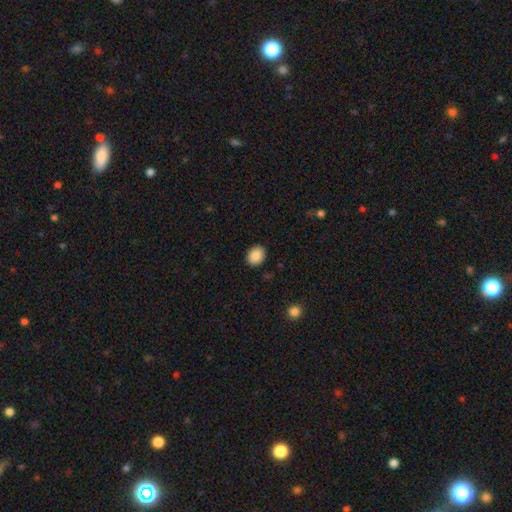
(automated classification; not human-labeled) Smooth or featured: smooth — 88% (star or artifact — 8%)
How rounded: in between — 55% (round — 44%)
Merging: none — 89% (minor disturbance — 8%)